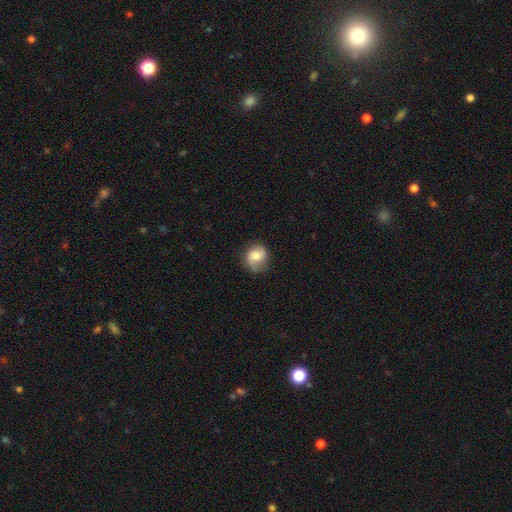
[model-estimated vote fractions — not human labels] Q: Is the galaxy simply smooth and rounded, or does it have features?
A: smooth — 60%.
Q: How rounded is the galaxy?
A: round — 72%.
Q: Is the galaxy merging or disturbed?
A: none — 70%.